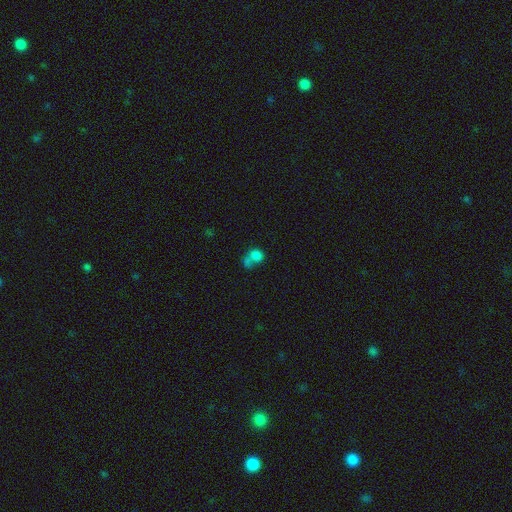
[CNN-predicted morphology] smooth 75%, featured or disk 13%, star or artifact 12%. Down the decision tree: how rounded — round (59%); merging — merger (51%).